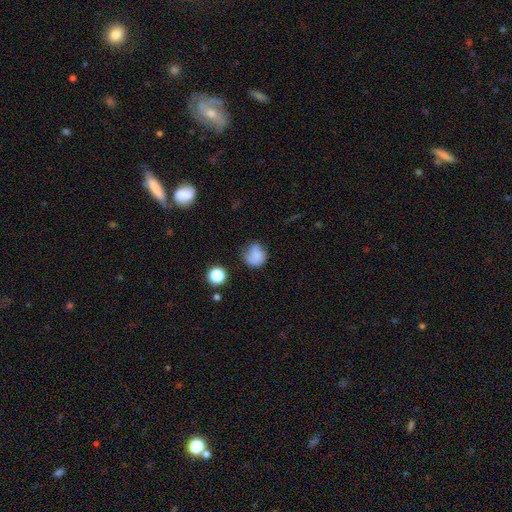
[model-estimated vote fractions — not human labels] Smooth or featured? smooth (79%)
How rounded? round (80%)
Merging? none (57%)